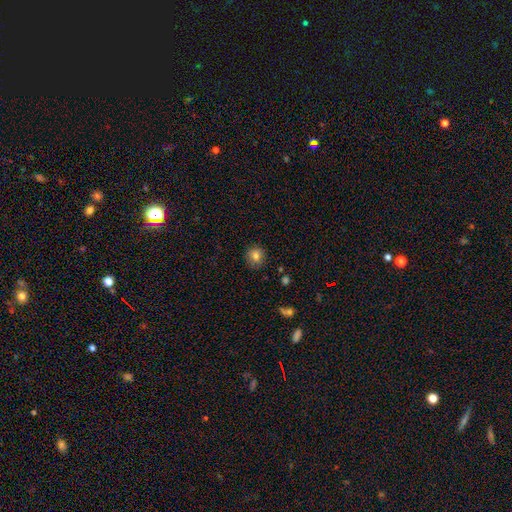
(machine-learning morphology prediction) smooth 80%, star or artifact 12%, featured or disk 8%. Down the decision tree: how rounded — round (88%); merging — none (85%).